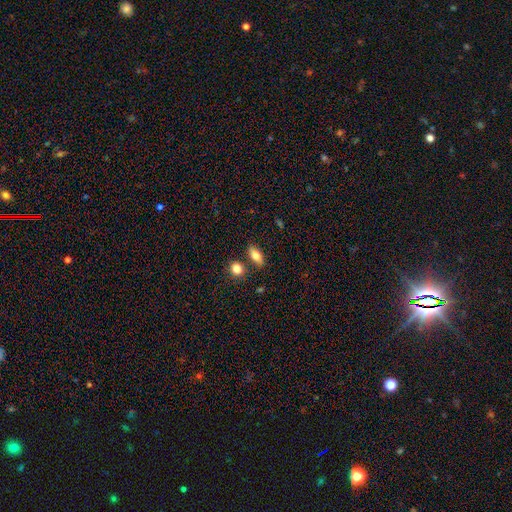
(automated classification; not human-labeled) smooth_or_featured: smooth (p=0.78) [alt: featured or disk p=0.13]
how_rounded: in between (p=0.81) [alt: cigar-shaped p=0.10]
merging: none (p=0.79) [alt: minor disturbance p=0.10]